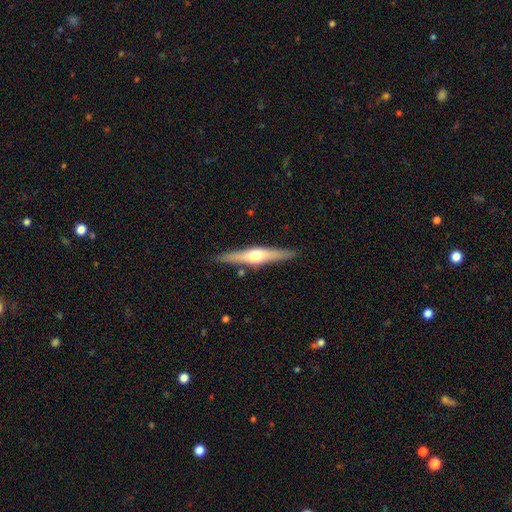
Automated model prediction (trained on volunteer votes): featured or disk 65%, smooth 30%, star or artifact 5%. Down the decision tree: edge-on disk — yes (96%); edge-on bulge — rounded (92%); merging — none (88%).